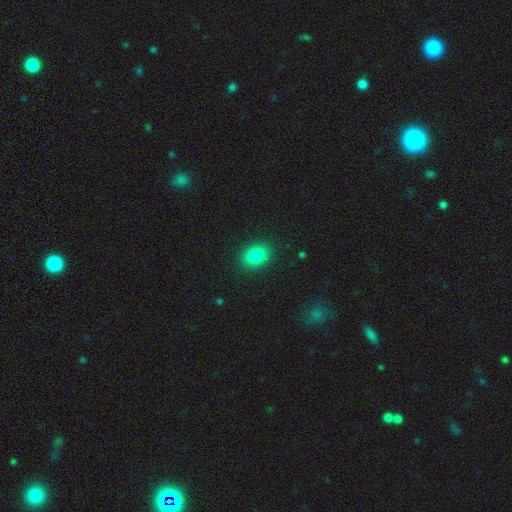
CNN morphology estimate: Q: Smooth or featured?
A: smooth (84%); runner-up: star or artifact (10%)
Q: How rounded?
A: in between (59%); runner-up: round (40%)
Q: Merging?
A: none (88%); runner-up: minor disturbance (9%)